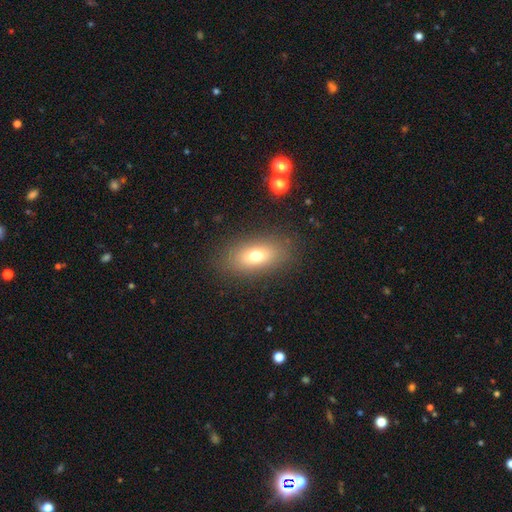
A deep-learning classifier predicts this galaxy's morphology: Q: Smooth or featured?
A: smooth (73%); runner-up: featured or disk (16%)
Q: How rounded?
A: in between (83%); runner-up: round (9%)
Q: Merging?
A: none (85%); runner-up: minor disturbance (9%)